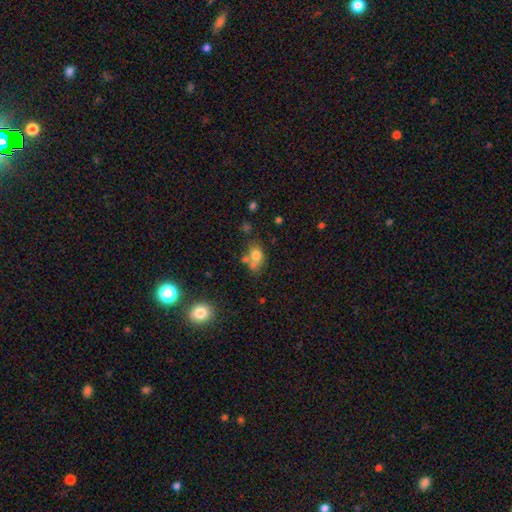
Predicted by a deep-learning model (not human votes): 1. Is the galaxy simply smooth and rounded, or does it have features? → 73% smooth, 15% featured or disk, 12% star or artifact.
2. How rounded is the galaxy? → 63% in between, 35% round, 2% cigar-shaped.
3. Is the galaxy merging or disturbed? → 42% none, 31% merger, 18% minor disturbance, 8% major disturbance.